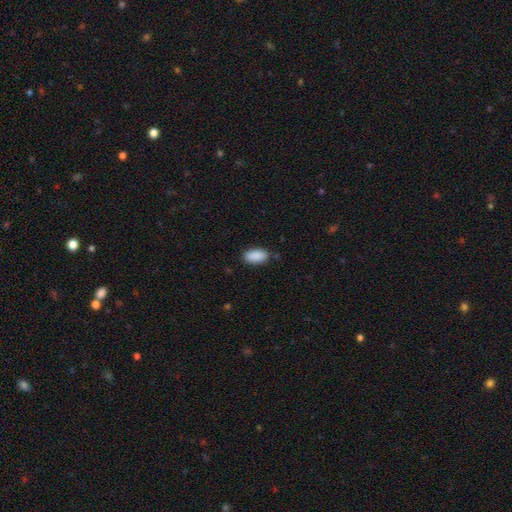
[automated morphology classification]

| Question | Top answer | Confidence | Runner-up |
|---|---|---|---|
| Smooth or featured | smooth | 90% | star or artifact (7%) |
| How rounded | in between | 93% | cigar-shaped (4%) |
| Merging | none | 85% | minor disturbance (11%) |